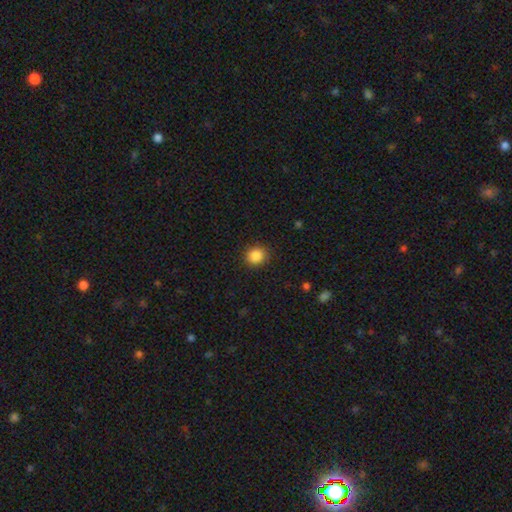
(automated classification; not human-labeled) Smooth or featured? Predicted: smooth (p=0.87). How rounded? Predicted: round (p=0.87). Merging? Predicted: none (p=0.89).